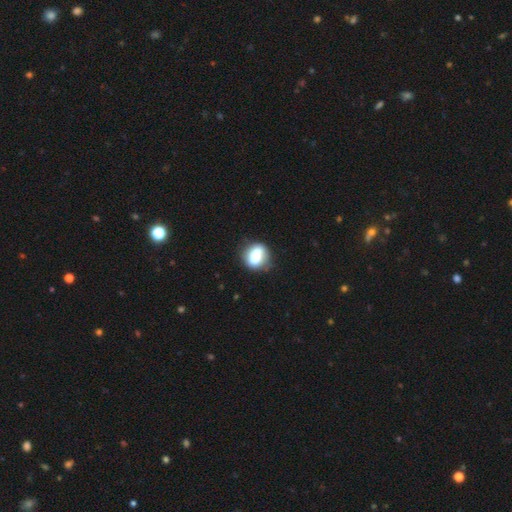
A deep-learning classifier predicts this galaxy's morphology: The model was most divided on "how rounded": round: 61%, in between: 37%, cigar-shaped: 2%. More confident: smooth or featured — smooth (73%); merging — none (63%).